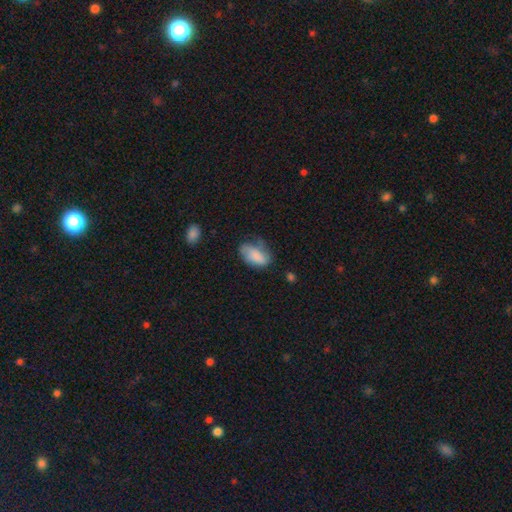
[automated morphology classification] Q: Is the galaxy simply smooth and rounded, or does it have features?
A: smooth — 77%.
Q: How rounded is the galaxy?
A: in between — 92%.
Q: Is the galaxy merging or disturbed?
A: none — 43%.